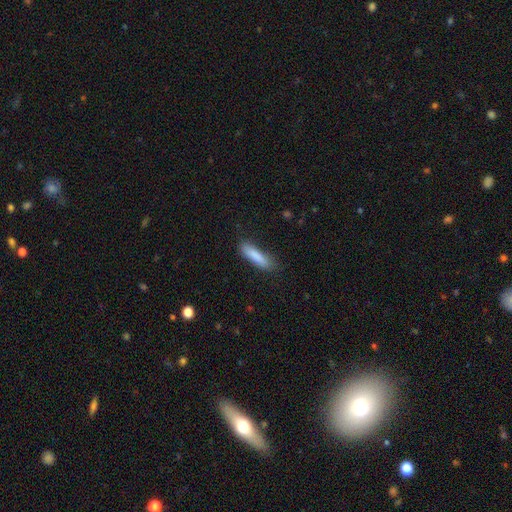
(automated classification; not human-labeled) This is clearly a smooth galaxy (86%). How rounded: likely cigar-shaped (72%). Merging: likely none (79%).